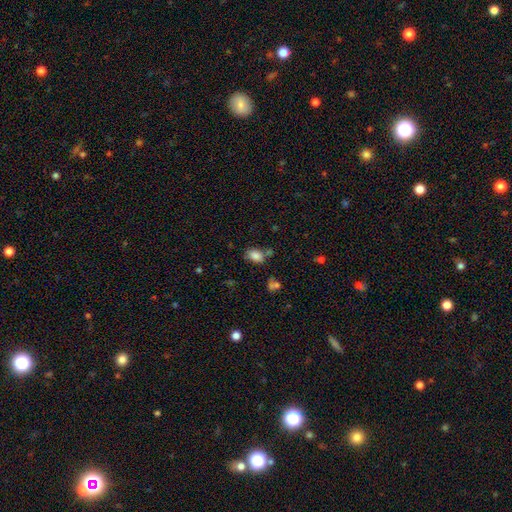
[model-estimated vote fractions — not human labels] Smooth or featured? Predicted: smooth (p=0.83). How rounded? Predicted: in between (p=0.84). Merging? Predicted: none (p=0.63).